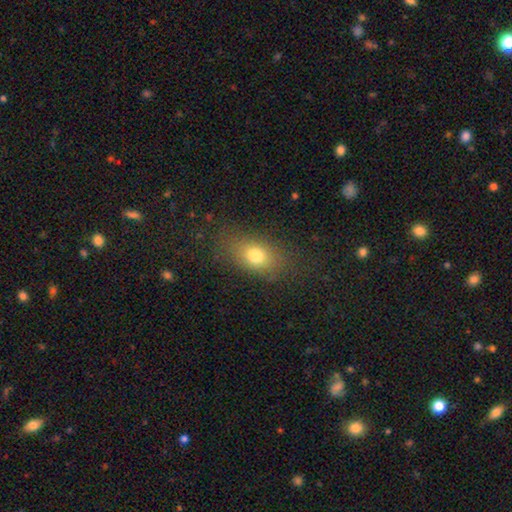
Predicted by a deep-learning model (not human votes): The model was most divided on "how rounded": in between: 76%, round: 21%, cigar-shaped: 3%. More confident: merging — none (79%); smooth or featured — smooth (75%).